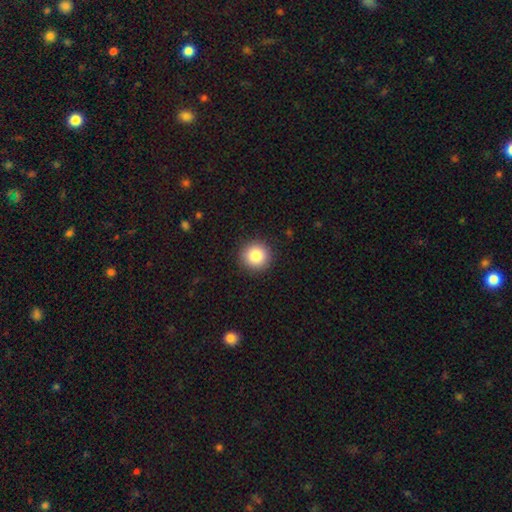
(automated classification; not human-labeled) A smooth galaxy with no disk features (85%) that is round (94%).

Vote fractions:
- Smooth or featured? smooth: 85% / star or artifact: 9% / featured or disk: 6%
- How rounded? round: 94% / in between: 5% / cigar-shaped: 1%
- Merging? none: 92% / minor disturbance: 6% / major disturbance: 2% / merger: 1%